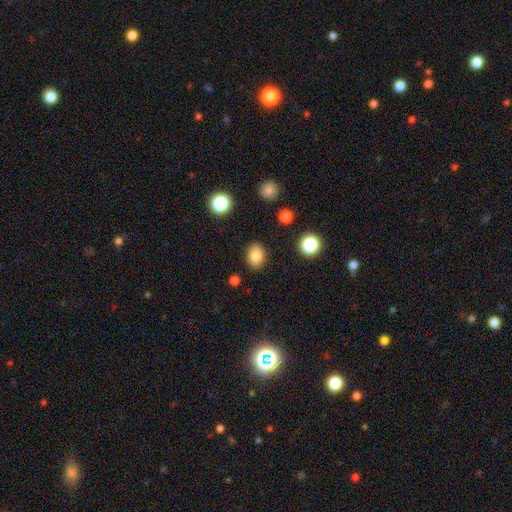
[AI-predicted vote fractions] smooth-or-featured: smooth: 82% | star or artifact: 11% | featured or disk: 7%
  how-rounded: in between: 65% | round: 34% | cigar-shaped: 1%
  merging: none: 86% | minor disturbance: 10% | major disturbance: 3% | merger: 2%